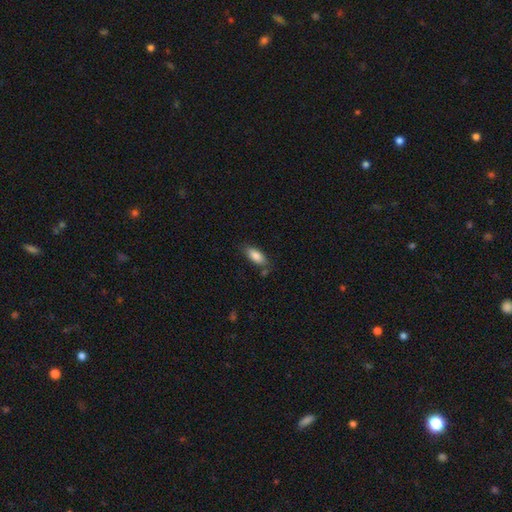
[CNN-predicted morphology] A smooth galaxy with no disk features (85%) that is in between round and cigar-shaped (82%).

Vote fractions:
- Smooth or featured? smooth: 85% / featured or disk: 8% / star or artifact: 7%
- How rounded? in between: 82% / cigar-shaped: 15% / round: 2%
- Merging? none: 73% / minor disturbance: 17% / merger: 6% / major disturbance: 4%